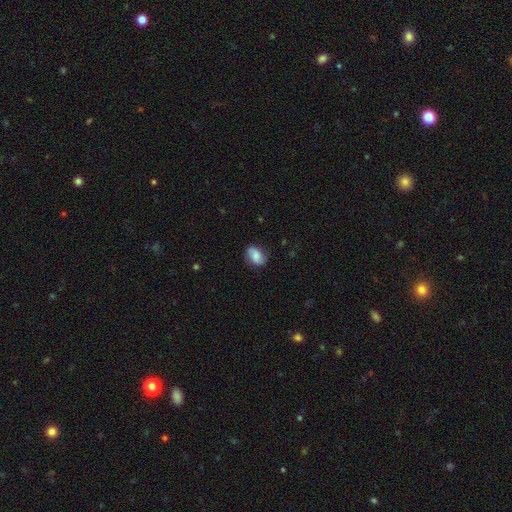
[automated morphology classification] Smooth or featured?
  - smooth: 60% *
  - featured or disk: 31%
  - star or artifact: 9%
How rounded?
  - in between: 74% *
  - round: 24%
  - cigar-shaped: 2%
Merging?
  - none: 78% *
  - minor disturbance: 16%
  - major disturbance: 4%
  - merger: 1%